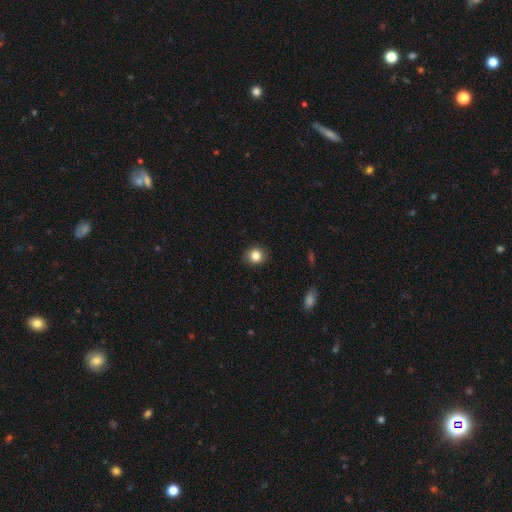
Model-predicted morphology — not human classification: A smooth galaxy with no disk features (84%) that is round (84%). Merging: none (91%).